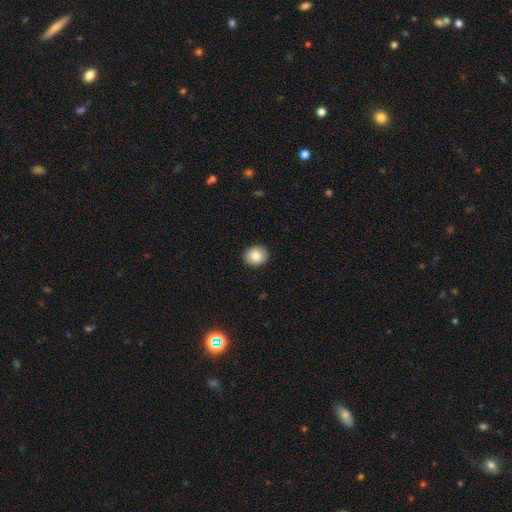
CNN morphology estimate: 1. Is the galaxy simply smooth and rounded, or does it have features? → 82% smooth, 11% featured or disk, 8% star or artifact.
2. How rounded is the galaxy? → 69% round, 30% in between, 1% cigar-shaped.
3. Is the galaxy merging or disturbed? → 90% none, 7% minor disturbance, 2% major disturbance, 1% merger.